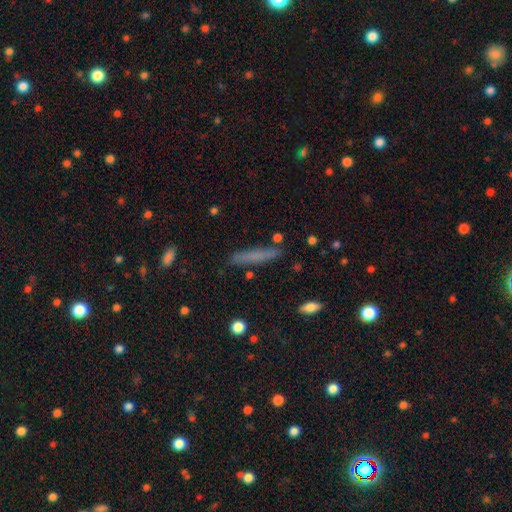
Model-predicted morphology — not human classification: This appears to be a smooth galaxy with no disk features (65%) that is cigar-shaped (93%). Merging: none (85%).